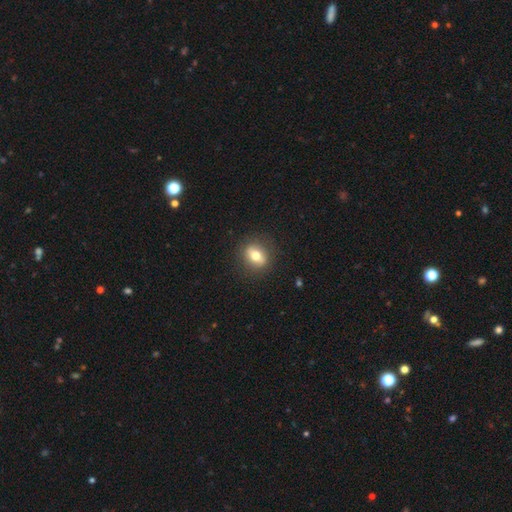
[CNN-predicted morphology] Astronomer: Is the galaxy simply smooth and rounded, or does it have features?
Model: smooth — 66%.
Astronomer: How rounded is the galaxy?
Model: in between — 51% (runner-up: round, 45%).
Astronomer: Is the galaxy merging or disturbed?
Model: none — 87%.